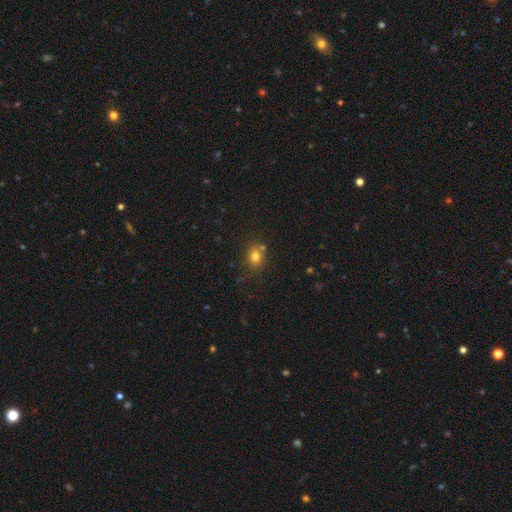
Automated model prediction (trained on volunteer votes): The model was most divided on "how rounded": round: 65%, in between: 34%, cigar-shaped: 1%. More confident: smooth or featured — smooth (77%); merging — none (73%).